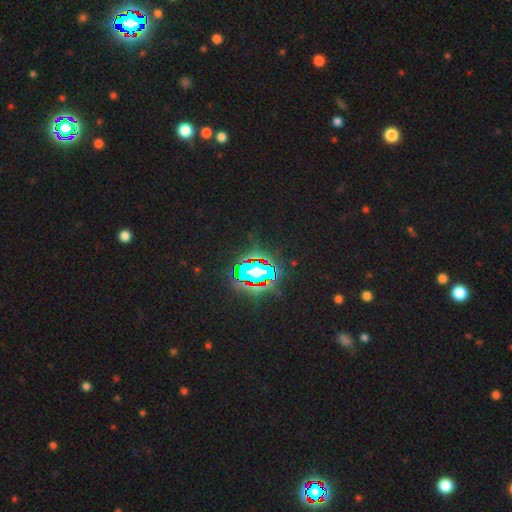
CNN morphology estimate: star or artifact 81%, smooth 11%, featured or disk 8%.